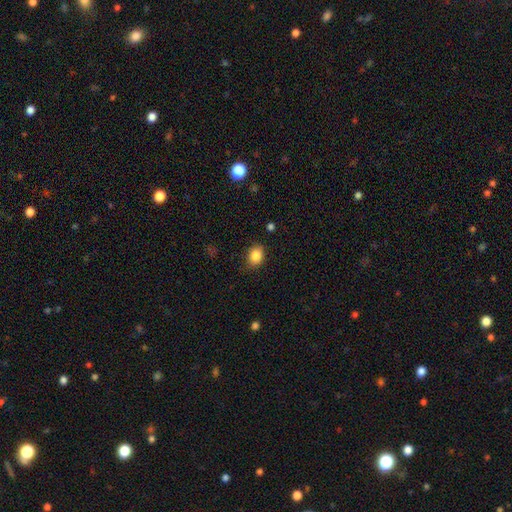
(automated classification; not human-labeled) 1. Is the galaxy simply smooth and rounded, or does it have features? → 86% smooth, 9% star or artifact, 5% featured or disk.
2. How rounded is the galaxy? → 60% in between, 39% round, 1% cigar-shaped.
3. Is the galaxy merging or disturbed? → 81% none, 14% minor disturbance, 3% major disturbance, 1% merger.